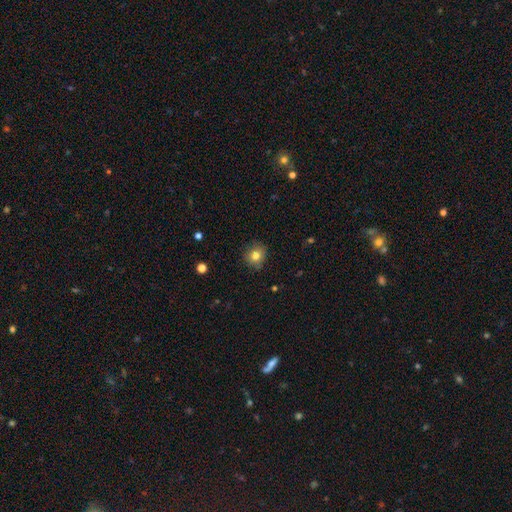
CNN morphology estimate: The model was most divided on "smooth or featured": smooth: 79%, star or artifact: 12%, featured or disk: 9%. More confident: how rounded — round (86%); merging — none (85%).